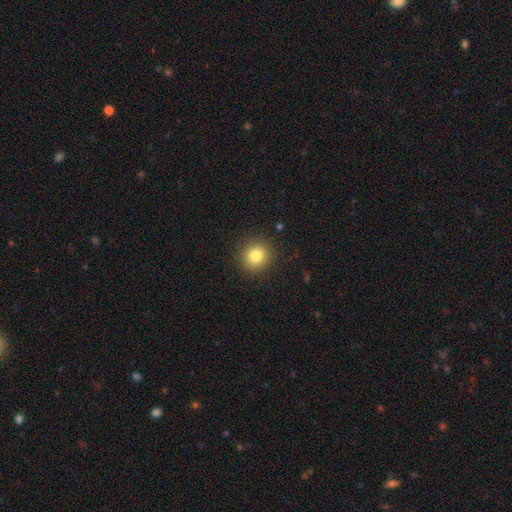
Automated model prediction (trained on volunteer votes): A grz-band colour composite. It shows a smooth galaxy with no disk features (82%) that is round (92%). Merging: none (90%).